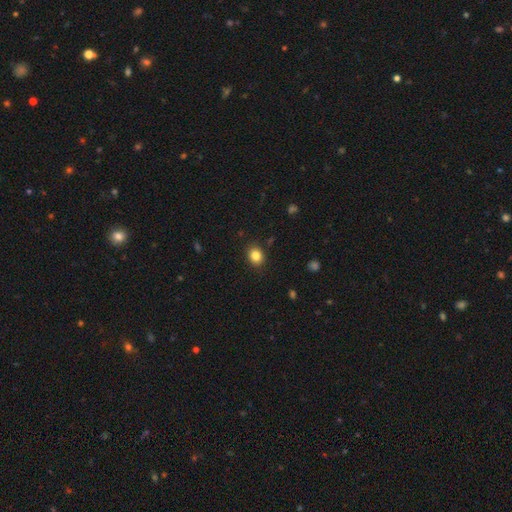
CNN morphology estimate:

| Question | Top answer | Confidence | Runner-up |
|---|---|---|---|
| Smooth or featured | smooth | 84% | star or artifact (11%) |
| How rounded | round | 66% | in between (33%) |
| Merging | none | 89% | minor disturbance (8%) |